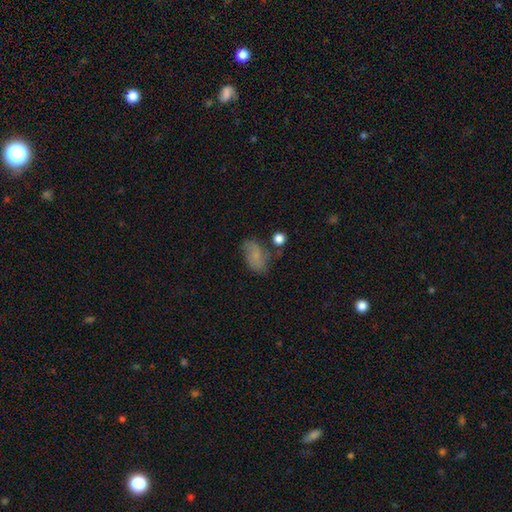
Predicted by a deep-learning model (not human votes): The model was most divided on "merging": none: 55%, minor disturbance: 26%, major disturbance: 11%, merger: 8%. More confident: how rounded — in between (87%); smooth or featured — smooth (68%).